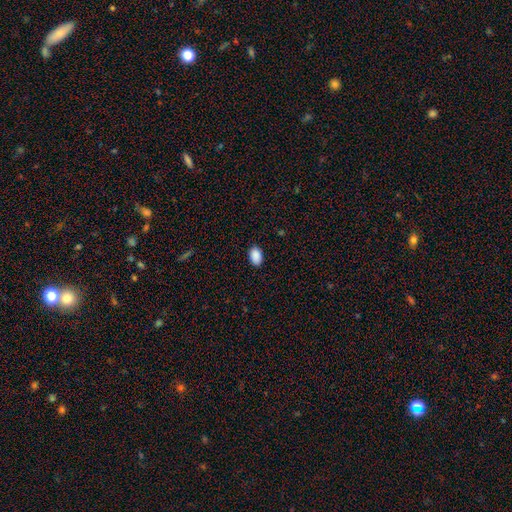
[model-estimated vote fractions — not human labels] Smooth or featured: smooth — 90% (star or artifact — 7%)
How rounded: in between — 90% (round — 8%)
Merging: none — 88% (minor disturbance — 9%)